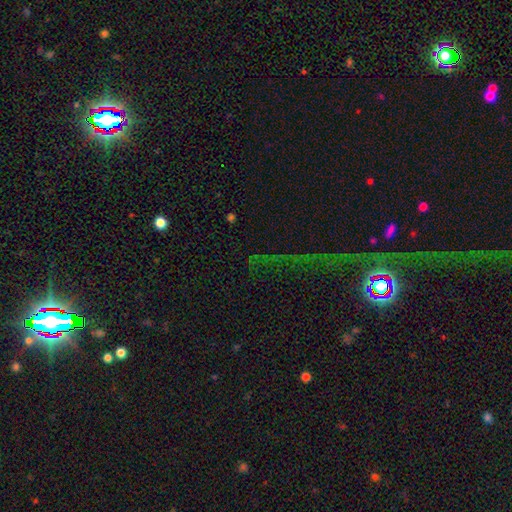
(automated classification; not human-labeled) Q: Smooth or featured?
A: star or artifact (74%); runner-up: smooth (14%)